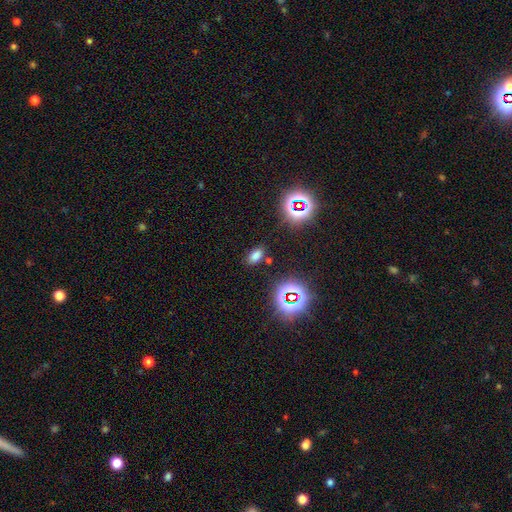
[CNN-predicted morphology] Q: Smooth or featured?
A: smooth (67%); runner-up: star or artifact (26%)
Q: How rounded?
A: in between (88%); runner-up: round (8%)
Q: Merging?
A: none (83%); runner-up: minor disturbance (10%)